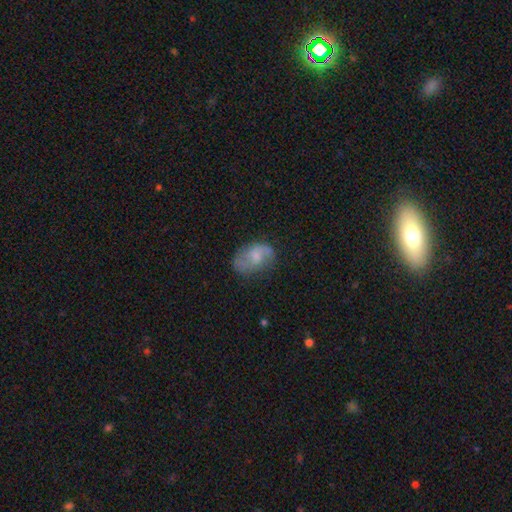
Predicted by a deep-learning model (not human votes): Smooth or featured?
  - featured or disk: 50% *
  - smooth: 42%
  - star or artifact: 8%
Merging?
  - none: 60% *
  - minor disturbance: 26%
  - major disturbance: 12%
  - merger: 3%